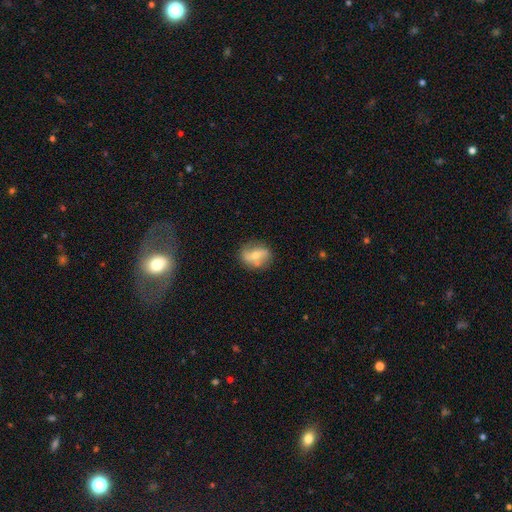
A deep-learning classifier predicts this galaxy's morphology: Smooth or featured: featured or disk — 51% (smooth — 41%)
Edge-on disk: no — 92% (yes — 8%)
Merging: none — 73% (minor disturbance — 19%)